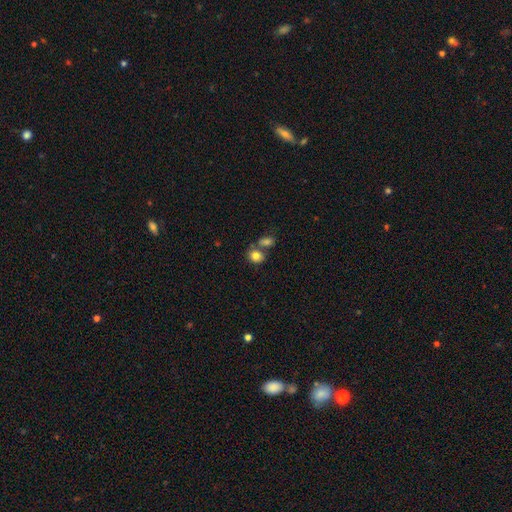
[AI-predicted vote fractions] Q: Smooth or featured?
A: smooth (81%); runner-up: star or artifact (10%)
Q: How rounded?
A: round (60%); runner-up: in between (39%)
Q: Merging?
A: none (51%); runner-up: merger (35%)